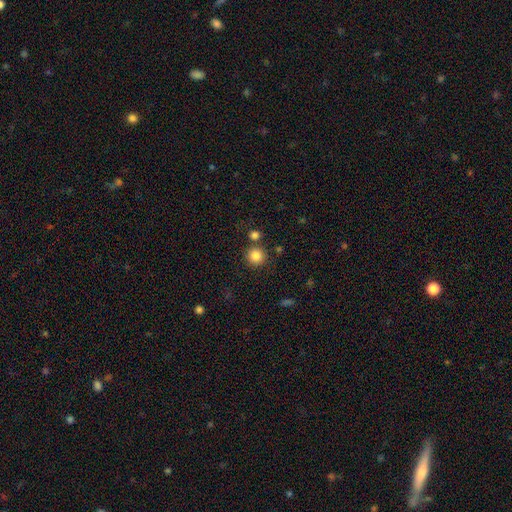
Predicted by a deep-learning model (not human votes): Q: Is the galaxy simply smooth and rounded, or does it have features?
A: smooth — 85%.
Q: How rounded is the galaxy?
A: round — 94%.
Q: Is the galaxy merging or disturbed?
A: none — 81%.